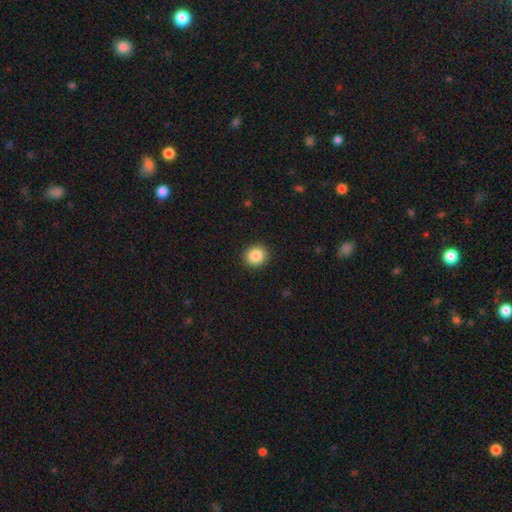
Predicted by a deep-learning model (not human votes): Smooth or featured?
  - smooth: 87% *
  - star or artifact: 9%
  - featured or disk: 5%
How rounded?
  - round: 87% *
  - in between: 12%
  - cigar-shaped: 1%
Merging?
  - none: 91% *
  - minor disturbance: 6%
  - major disturbance: 2%
  - merger: 1%